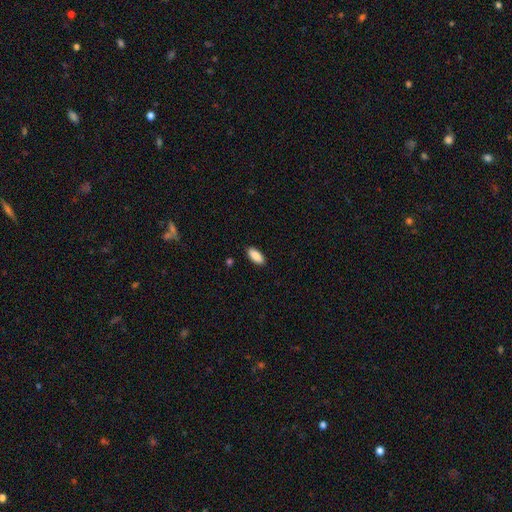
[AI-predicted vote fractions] This appears to be a smooth galaxy with no disk features (88%) that is in between round and cigar-shaped (87%). Merging: none (88%).